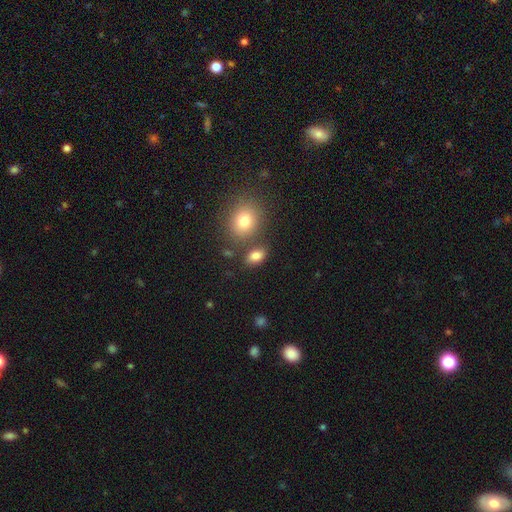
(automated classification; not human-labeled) smooth 82%, star or artifact 11%, featured or disk 7%. Down the decision tree: how rounded — in between (83%); merging — none (70%).